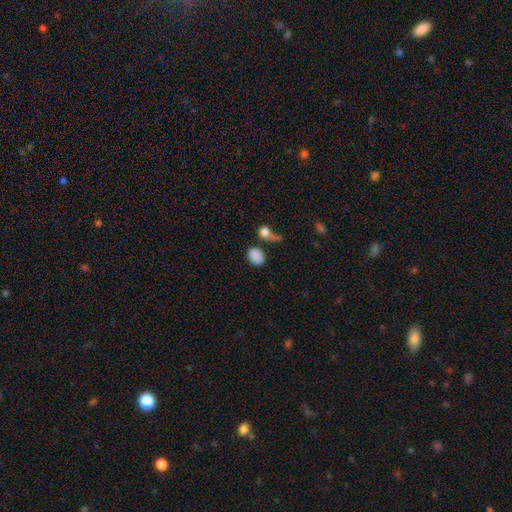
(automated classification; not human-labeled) Morphology: type=smooth (85%); roundness=in between (70%); merging=none (63%).